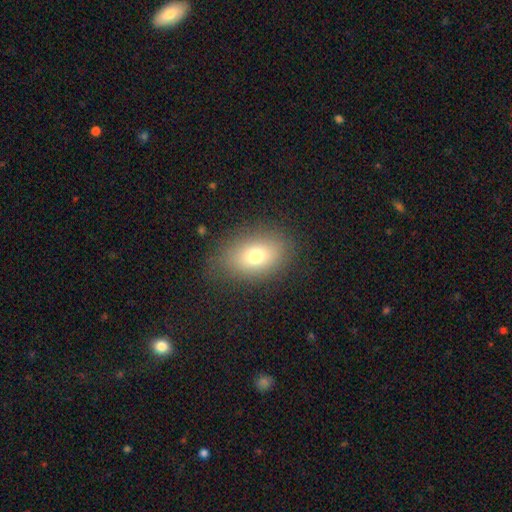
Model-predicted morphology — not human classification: Smooth or featured: smooth — 73% (featured or disk — 15%)
How rounded: in between — 79% (round — 20%)
Merging: none — 79% (minor disturbance — 14%)